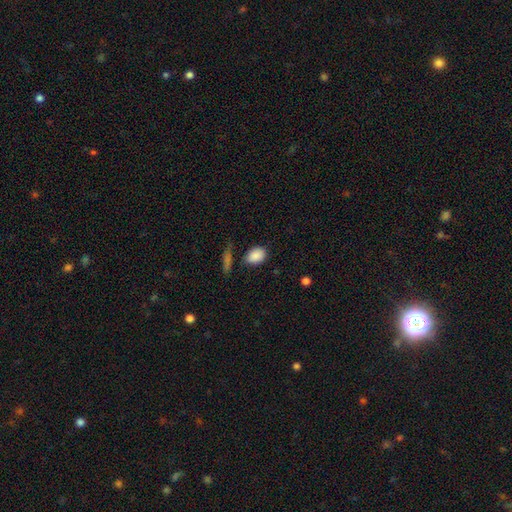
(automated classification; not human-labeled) smooth-or-featured: smooth: 88% | star or artifact: 8% | featured or disk: 4%
  how-rounded: in between: 72% | round: 26% | cigar-shaped: 2%
  merging: none: 76% | minor disturbance: 15% | merger: 5% | major disturbance: 4%